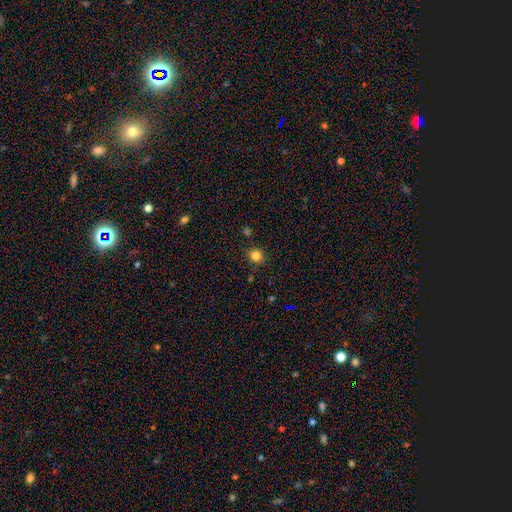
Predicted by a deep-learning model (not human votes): Q: Smooth or featured?
A: smooth (82%); runner-up: star or artifact (13%)
Q: How rounded?
A: round (88%); runner-up: in between (11%)
Q: Merging?
A: none (87%); runner-up: minor disturbance (9%)